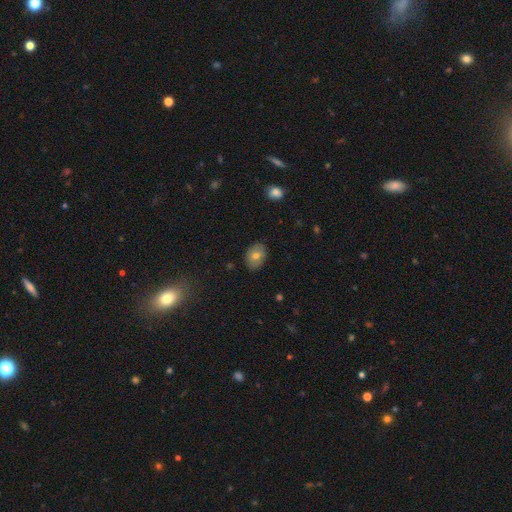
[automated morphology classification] A smooth galaxy with no disk features (70%) that is in between round and cigar-shaped (77%). Merging: none (85%).